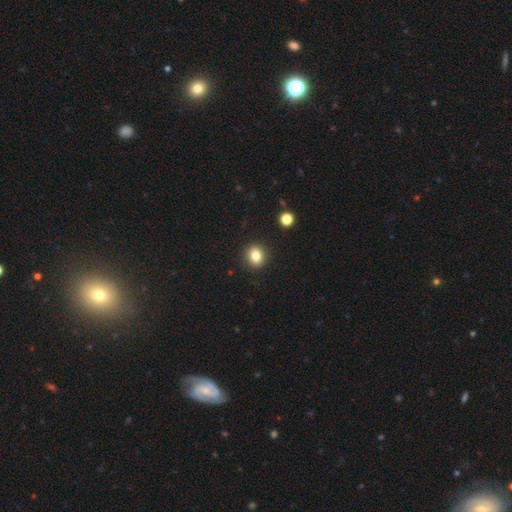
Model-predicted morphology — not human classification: Overall: smooth (82%). How rounded: round (77%). Merging: none (91%).